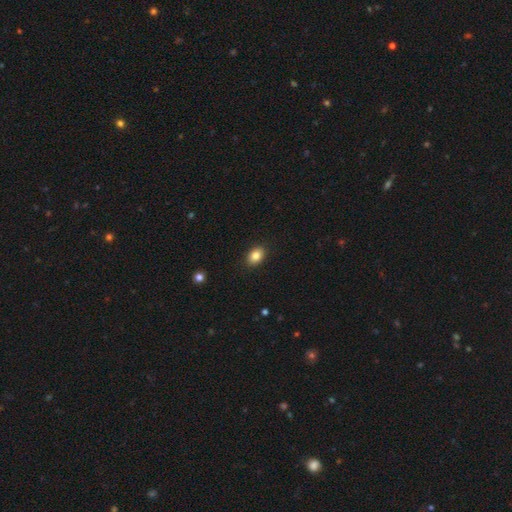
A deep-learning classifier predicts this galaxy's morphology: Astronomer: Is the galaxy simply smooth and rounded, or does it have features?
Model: smooth — 85%.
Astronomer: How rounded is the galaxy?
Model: in between — 75%.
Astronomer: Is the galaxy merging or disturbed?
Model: none — 89%.